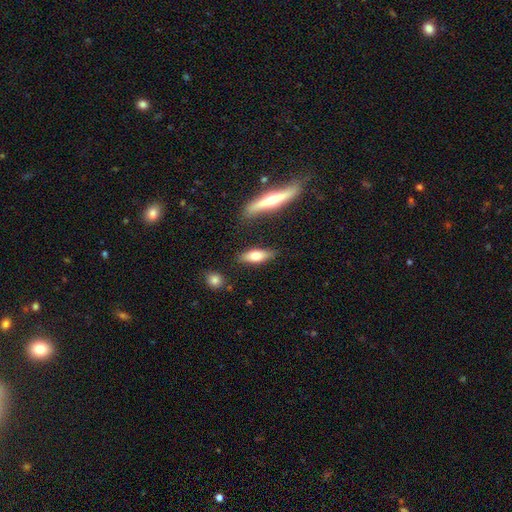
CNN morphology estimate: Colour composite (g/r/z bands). It shows a smooth galaxy with no disk features (64%) that is in between round and cigar-shaped (57%). Merging: none (81%).